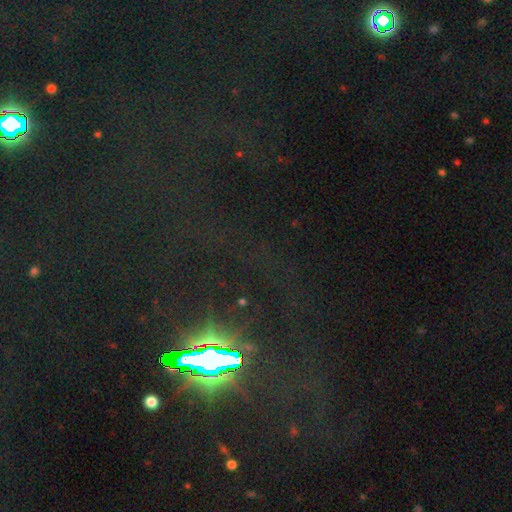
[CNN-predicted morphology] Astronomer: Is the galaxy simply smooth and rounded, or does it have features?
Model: star or artifact — 80%.